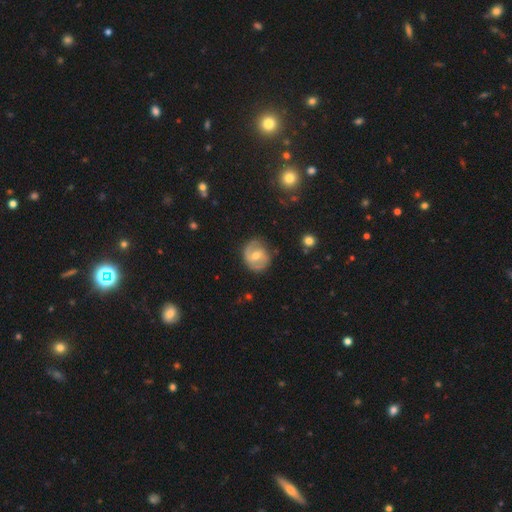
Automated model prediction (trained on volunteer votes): Q: Smooth or featured?
A: featured or disk (69%); runner-up: smooth (25%)
Q: Edge-on disk?
A: no (97%); runner-up: yes (3%)
Q: Bar?
A: weak (51%); runner-up: no (34%)
Q: Spiral arms?
A: yes (86%); runner-up: no (14%)
Q: Spiral winding?
A: medium (46%); runner-up: tight (29%)
Q: Spiral arm count?
A: 2 (78%); runner-up: can't tell (10%)
Q: Bulge size?
A: moderate (62%); runner-up: small (33%)
Q: Merging?
A: none (75%); runner-up: minor disturbance (18%)